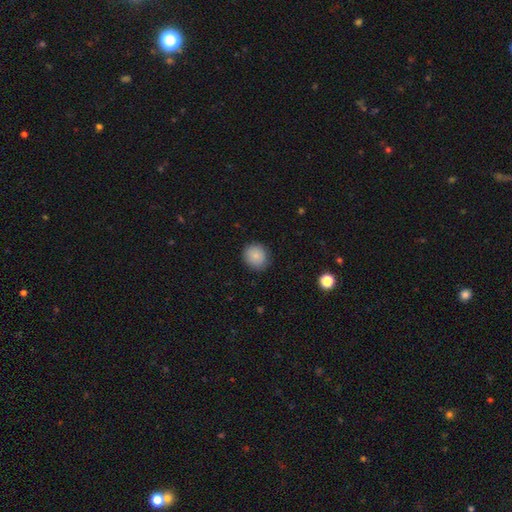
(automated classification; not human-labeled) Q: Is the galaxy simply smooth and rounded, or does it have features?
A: smooth — 85%.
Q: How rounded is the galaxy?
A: round — 86%.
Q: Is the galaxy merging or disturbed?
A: none — 85%.